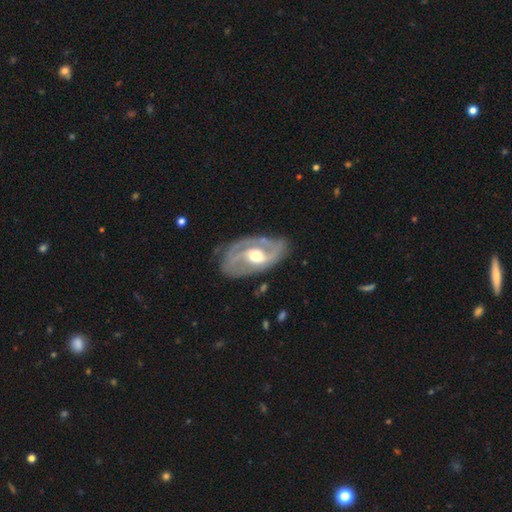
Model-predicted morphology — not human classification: This is clearly a featured or disk galaxy (86%). It is clearly not viewed edge-on (95%). Bar: marginally weak (41%). Spiral arm pattern: clearly yes (91%). Spiral arm count: likely 2 (77%). Spiral winding: marginally medium (45%). Central bulge: likely moderate (73%). Merging: likely none (72%).